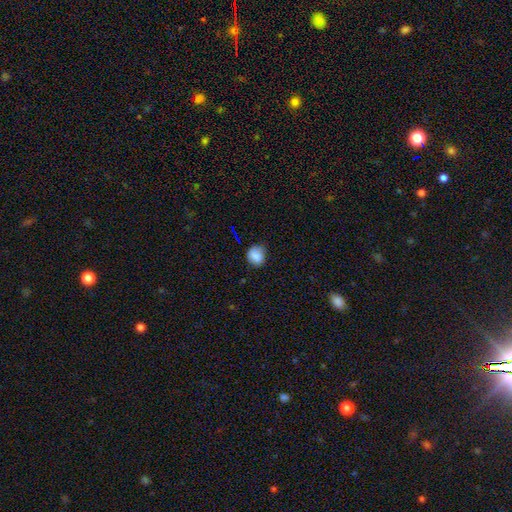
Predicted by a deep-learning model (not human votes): smooth-or-featured: smooth: 84% | star or artifact: 10% | featured or disk: 6%
  how-rounded: round: 72% | in between: 27% | cigar-shaped: 1%
  merging: none: 71% | minor disturbance: 23% | major disturbance: 5% | merger: 2%